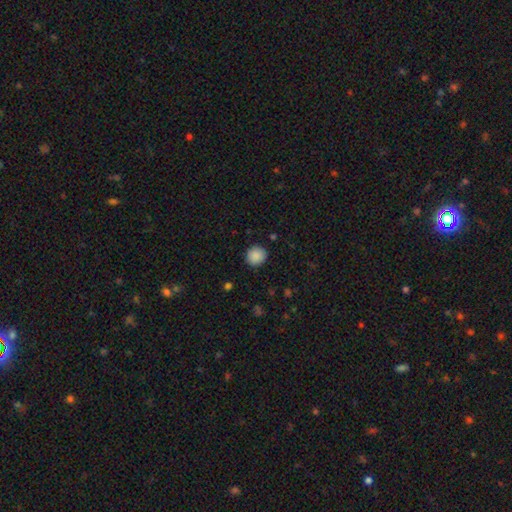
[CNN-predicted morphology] Overall: smooth (88%). How rounded: round (89%). Merging: none (89%).